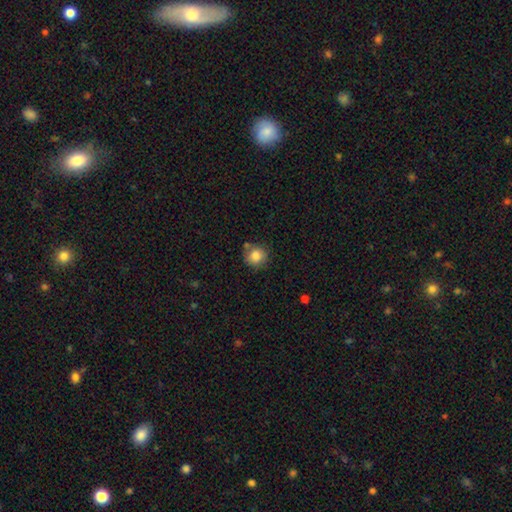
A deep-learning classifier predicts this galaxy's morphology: smooth_or_featured: smooth (p=0.84) [alt: star or artifact p=0.09]
how_rounded: round (p=0.89) [alt: in between p=0.10]
merging: none (p=0.72) [alt: minor disturbance p=0.16]